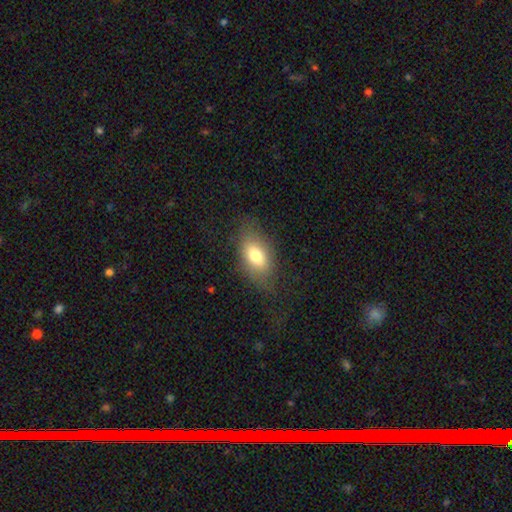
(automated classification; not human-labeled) A smooth galaxy with no disk features (72%) that is in between round and cigar-shaped (87%).

Vote fractions:
- Smooth or featured? smooth: 72% / featured or disk: 19% / star or artifact: 9%
- How rounded? in between: 87% / round: 8% / cigar-shaped: 4%
- Merging? none: 71% / minor disturbance: 19% / major disturbance: 9% / merger: 1%